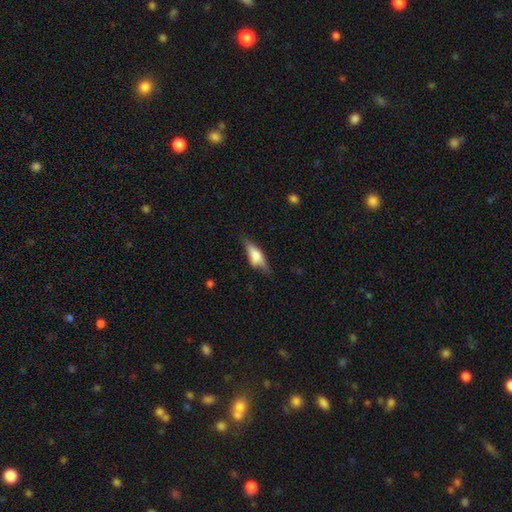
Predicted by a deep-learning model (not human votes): Smooth or featured: smooth — 55% (featured or disk — 37%)
How rounded: in between — 56% (cigar-shaped — 41%)
Merging: none — 65% (minor disturbance — 24%)